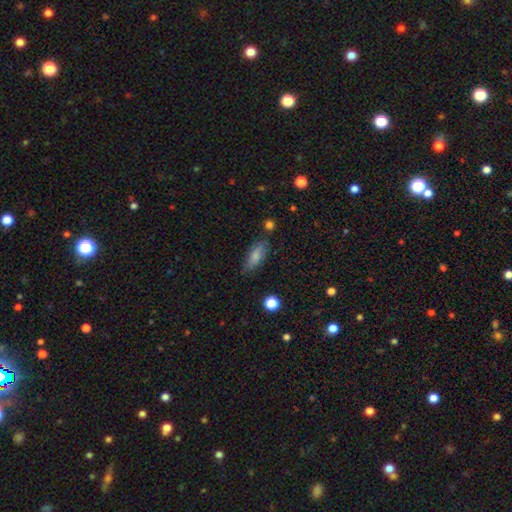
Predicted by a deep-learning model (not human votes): Smooth or featured? smooth (77%)
How rounded? in between (75%)
Merging? none (72%)